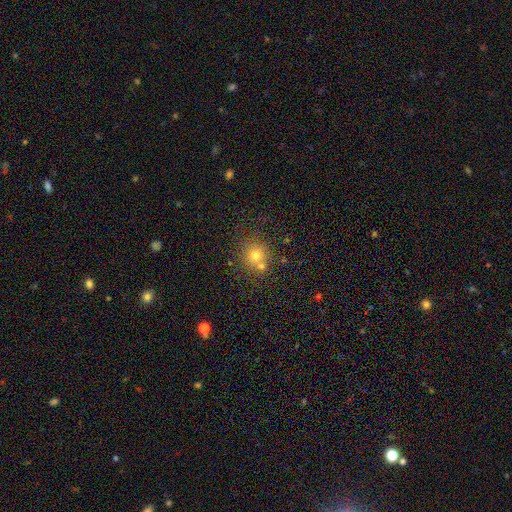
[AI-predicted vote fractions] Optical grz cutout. It shows a smooth galaxy with no disk features (70%) that is round (87%). Merging: none (61%).